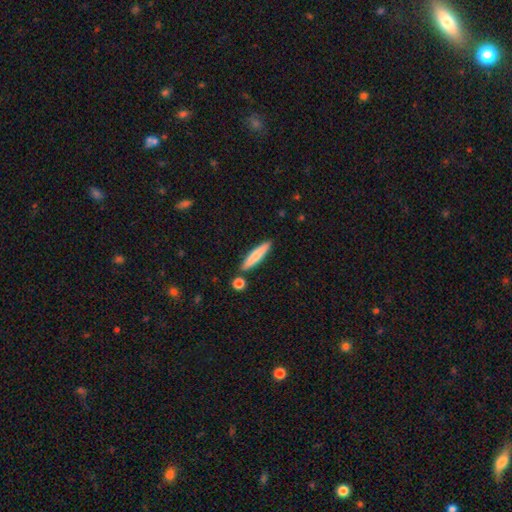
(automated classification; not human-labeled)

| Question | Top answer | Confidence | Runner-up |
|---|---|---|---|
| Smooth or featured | smooth | 73% | featured or disk (22%) |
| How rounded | cigar-shaped | 87% | in between (11%) |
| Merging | none | 84% | minor disturbance (9%) |